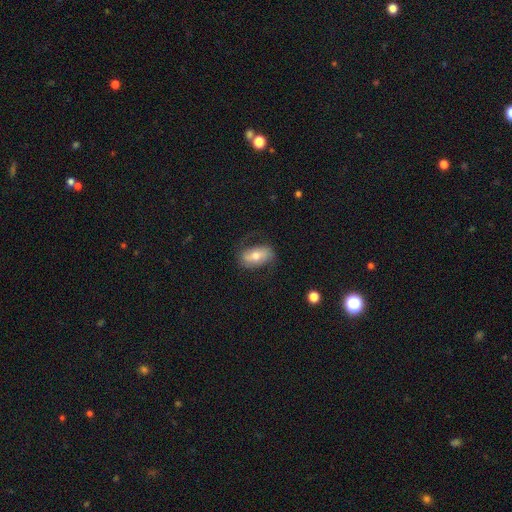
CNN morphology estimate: A smooth galaxy with no disk features (46%). Merging: none (64%).